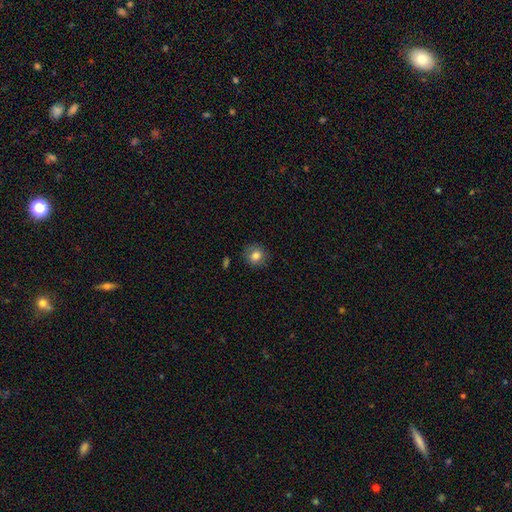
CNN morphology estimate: smooth 81%, star or artifact 10%, featured or disk 9%. Down the decision tree: how rounded — round (83%); merging — none (85%).